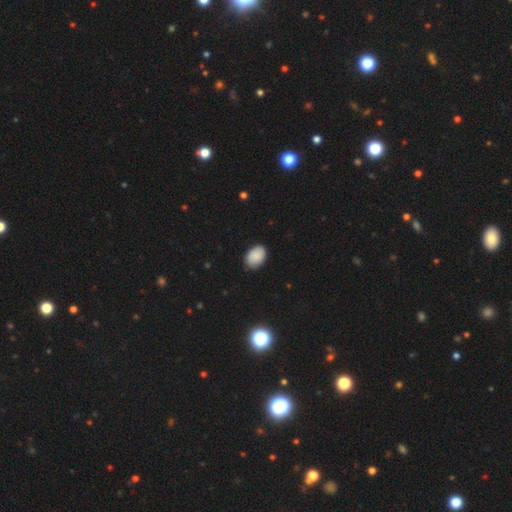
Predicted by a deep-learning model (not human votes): smooth 87%, star or artifact 7%, featured or disk 6%. Down the decision tree: how rounded — in between (82%); merging — none (82%).